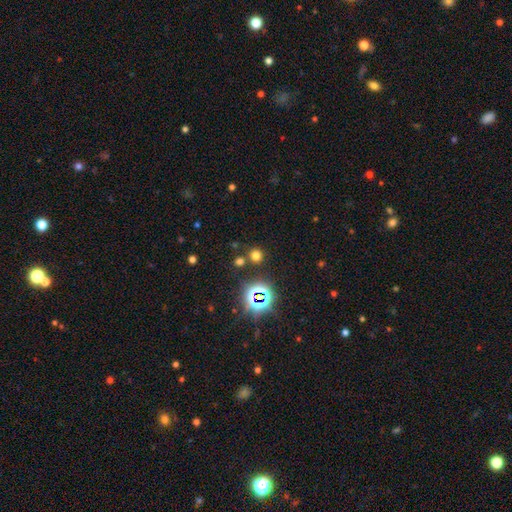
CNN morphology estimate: The model was most divided on "smooth or featured": smooth: 64%, star or artifact: 30%, featured or disk: 6%. More confident: how rounded — round (90%); merging — none (79%).